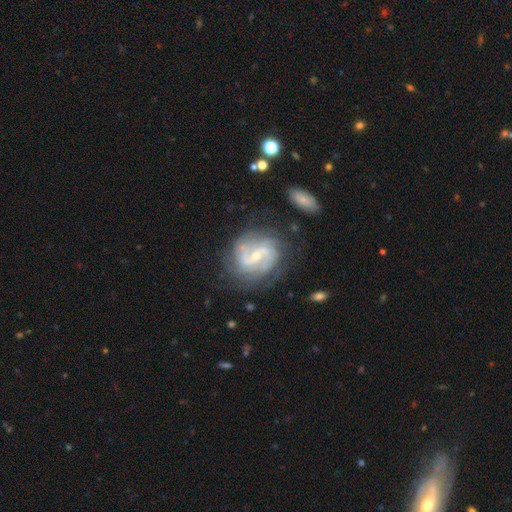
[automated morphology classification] type=featured or disk (84%); edge-on=no (97%); bar=weak (51%); spiral arms=yes (94%); winding=medium (45%); arm count=2 (62%); bulge=small (66%); merging=none (71%).